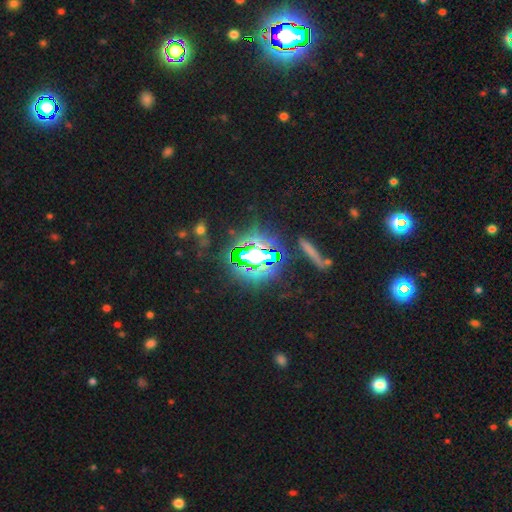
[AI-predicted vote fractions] Smooth or featured? star or artifact (57%)